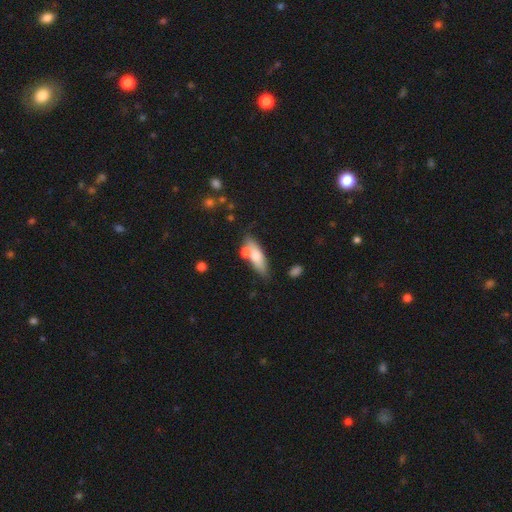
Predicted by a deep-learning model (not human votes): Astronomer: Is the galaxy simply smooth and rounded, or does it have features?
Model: smooth — 62%.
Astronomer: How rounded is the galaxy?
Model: in between — 52% (runner-up: cigar-shaped, 45%).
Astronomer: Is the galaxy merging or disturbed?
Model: none — 63%.